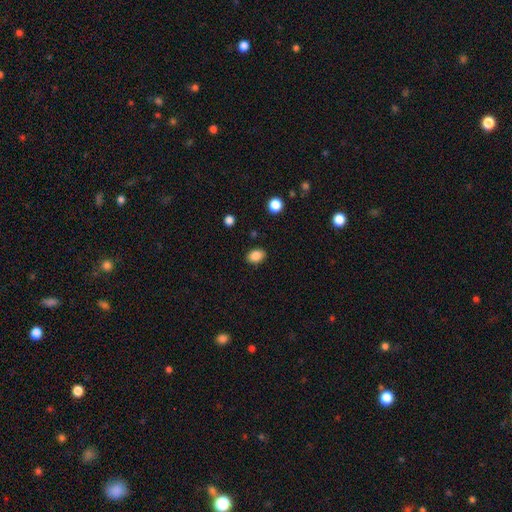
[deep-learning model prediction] smooth_or_featured: smooth (p=0.86) [alt: star or artifact p=0.09]
how_rounded: in between (p=0.72) [alt: round p=0.27]
merging: none (p=0.87) [alt: minor disturbance p=0.09]